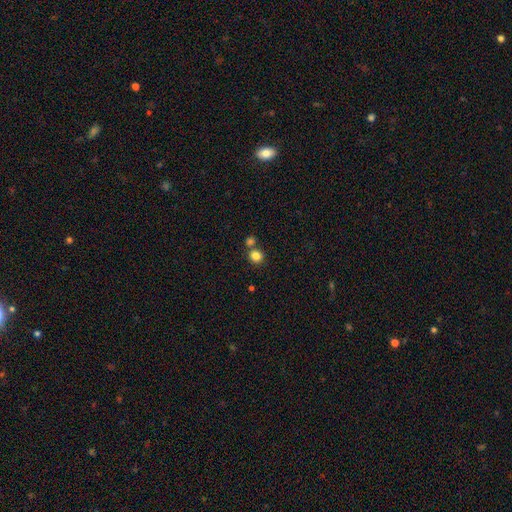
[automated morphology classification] smooth-or-featured: smooth: 83% | star or artifact: 11% | featured or disk: 6%
  how-rounded: round: 82% | in between: 18% | cigar-shaped: 1%
  merging: none: 64% | merger: 25% | minor disturbance: 8% | major disturbance: 3%